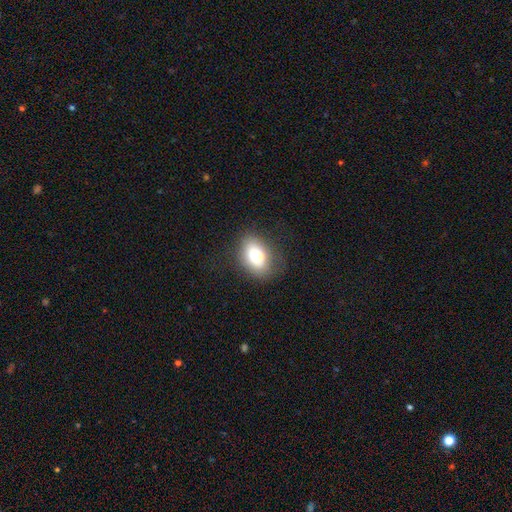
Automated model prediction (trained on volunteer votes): Smooth or featured? Predicted: smooth (p=0.71). How rounded? Predicted: in between (p=0.74). Merging? Predicted: none (p=0.69).